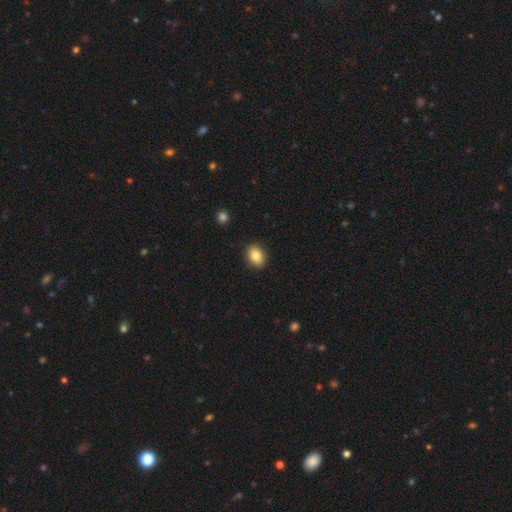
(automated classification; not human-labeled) Smooth or featured? smooth (85%)
How rounded? in between (65%)
Merging? none (89%)